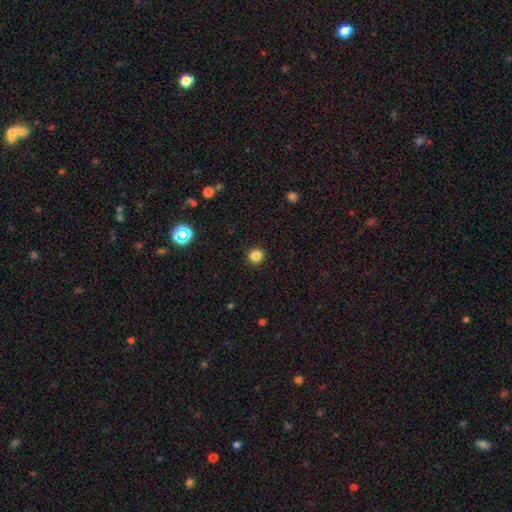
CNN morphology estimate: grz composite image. It shows a smooth galaxy with no disk features (84%) that is round (94%). Merging: none (93%).